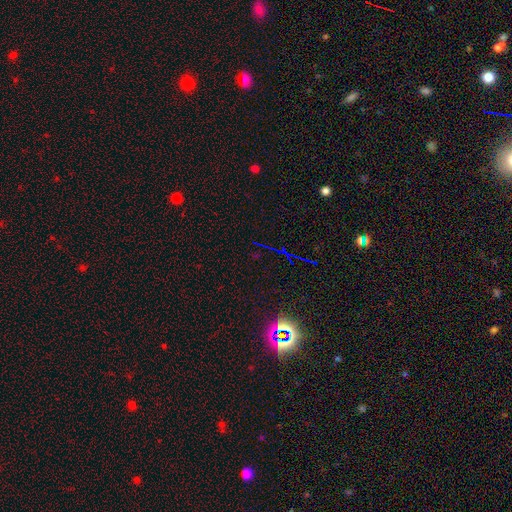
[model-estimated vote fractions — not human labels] star or artifact 76%, smooth 13%, featured or disk 10%.